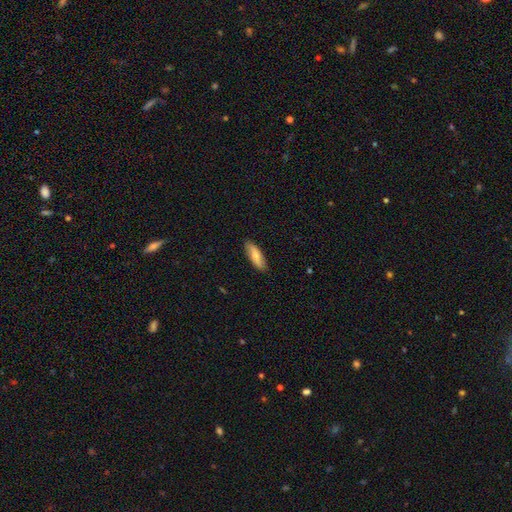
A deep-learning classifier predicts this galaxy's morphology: Overall: smooth (70%). How rounded: in between (54%; cigar-shaped 43%). Merging: none (87%).